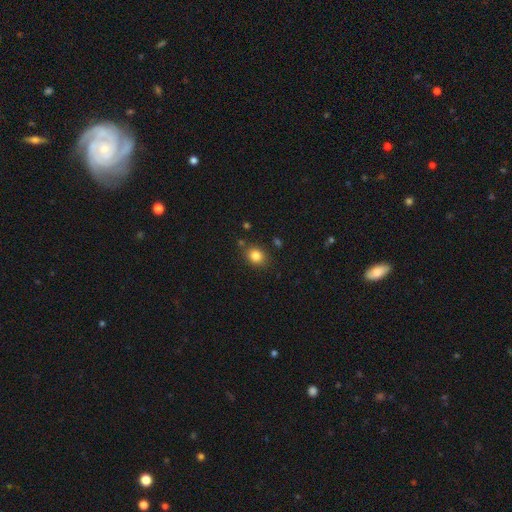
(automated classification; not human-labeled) Smooth or featured: smooth — 83% (star or artifact — 11%)
How rounded: round — 59% (in between — 40%)
Merging: none — 81% (minor disturbance — 12%)